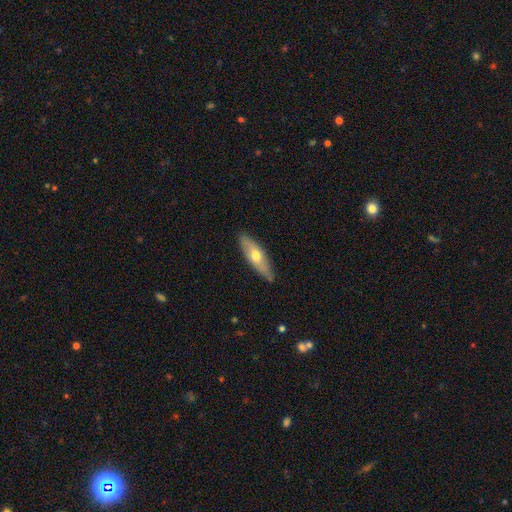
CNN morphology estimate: Overall: smooth (53%; featured or disk 41%). How rounded: cigar-shaped (52%; in between 46%). Merging: none (82%).